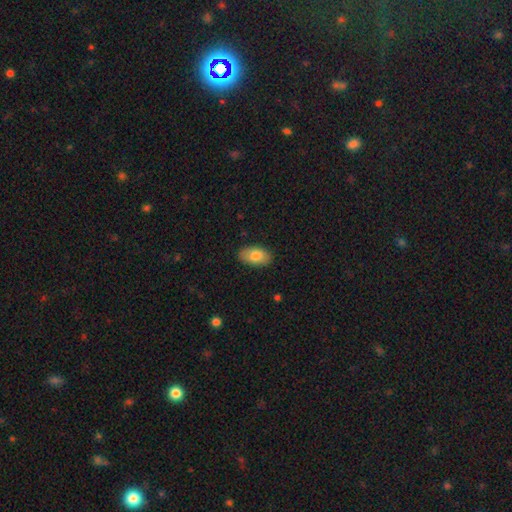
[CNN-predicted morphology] Overall: smooth (81%). How rounded: in between (94%). Merging: none (87%).